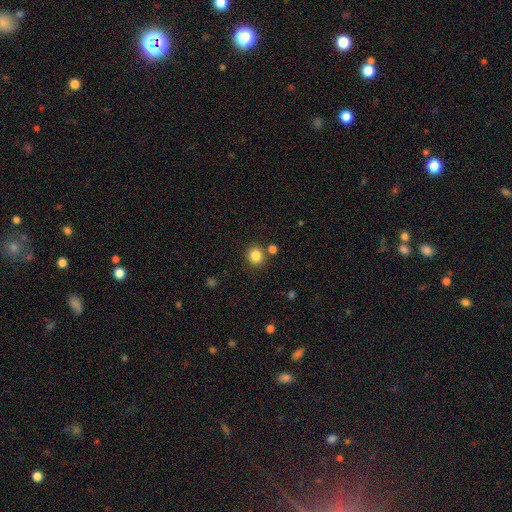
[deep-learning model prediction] Q: Smooth or featured?
A: smooth (84%); runner-up: star or artifact (11%)
Q: How rounded?
A: round (86%); runner-up: in between (13%)
Q: Merging?
A: none (82%); runner-up: merger (8%)